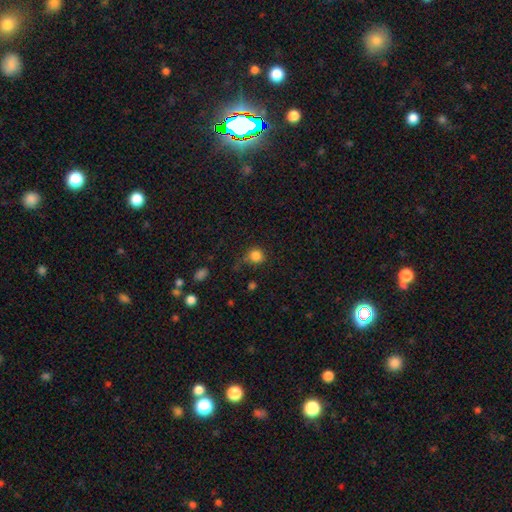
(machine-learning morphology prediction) Smooth or featured: smooth — 83% (star or artifact — 12%)
How rounded: round — 85% (in between — 14%)
Merging: none — 65% (minor disturbance — 21%)